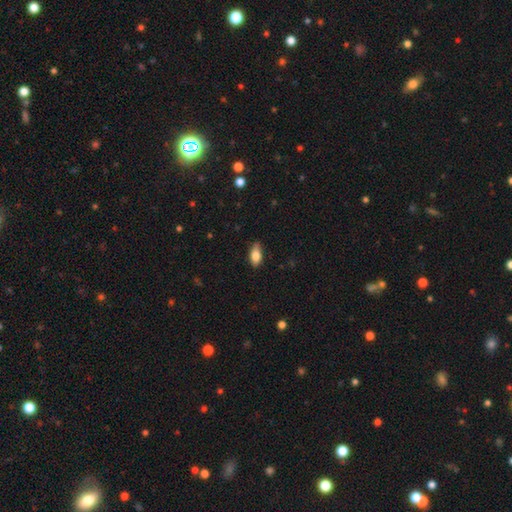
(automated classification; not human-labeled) smooth 82%, featured or disk 11%, star or artifact 7%. Down the decision tree: how rounded — in between (89%); merging — none (80%).